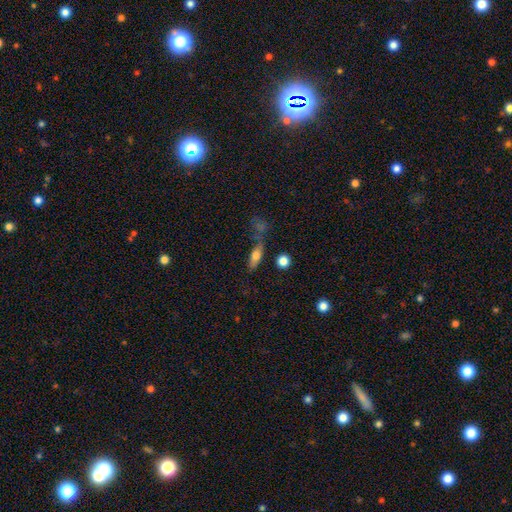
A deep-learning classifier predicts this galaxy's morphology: Smooth or featured?
  - smooth: 69% *
  - featured or disk: 22%
  - star or artifact: 9%
How rounded?
  - in between: 58% *
  - cigar-shaped: 36%
  - round: 6%
Merging?
  - none: 57% *
  - minor disturbance: 19%
  - merger: 14%
  - major disturbance: 10%